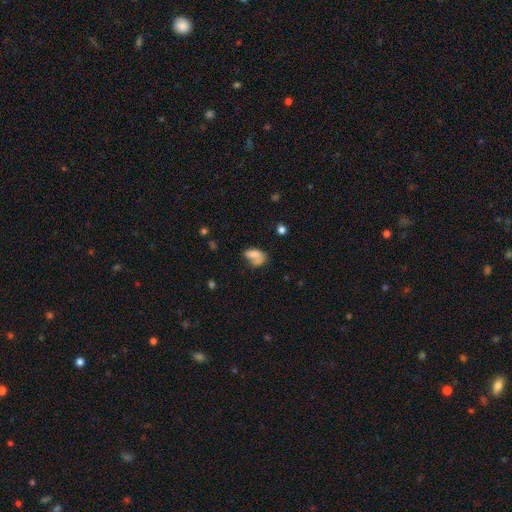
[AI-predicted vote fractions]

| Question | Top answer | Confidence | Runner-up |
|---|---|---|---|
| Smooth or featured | smooth | 67% | featured or disk (22%) |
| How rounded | in between | 86% | round (10%) |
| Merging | none | 33% | major disturbance (27%) |